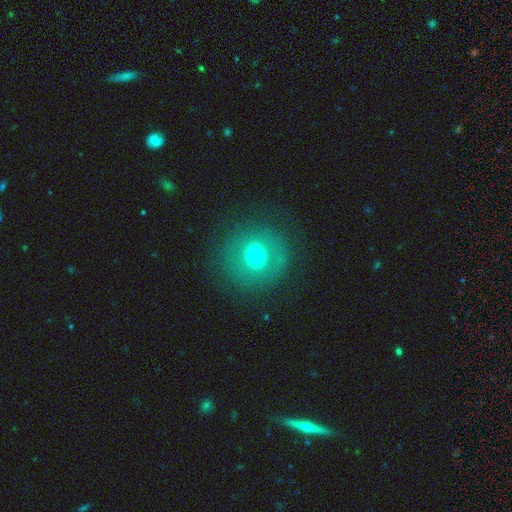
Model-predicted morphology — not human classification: Overall: smooth (58%; featured or disk 29%). How rounded: round (86%). Merging: none (81%).